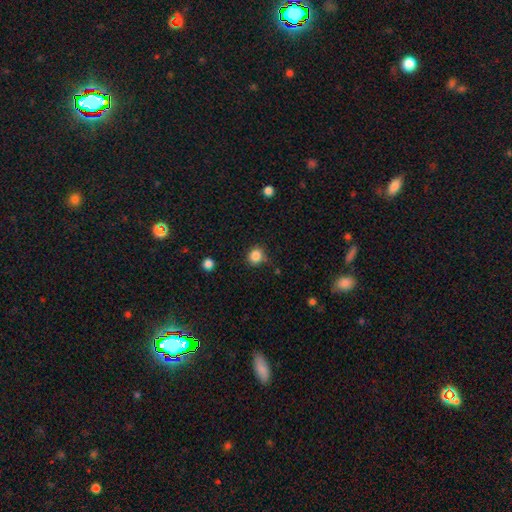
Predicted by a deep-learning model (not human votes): smooth 85%, star or artifact 11%, featured or disk 4%. Down the decision tree: how rounded — round (82%); merging — none (81%).